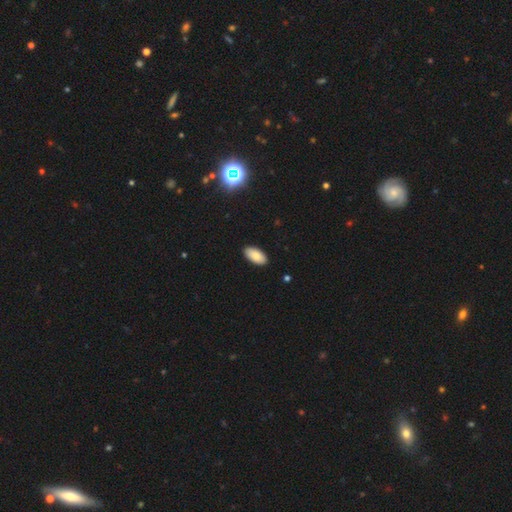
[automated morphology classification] type=smooth (85%); roundness=in between (95%); merging=none (90%).